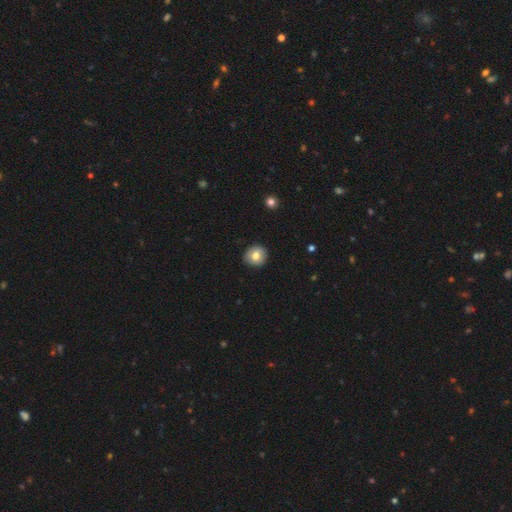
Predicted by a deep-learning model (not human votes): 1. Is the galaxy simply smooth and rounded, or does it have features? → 77% smooth, 15% featured or disk, 9% star or artifact.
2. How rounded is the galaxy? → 90% round, 9% in between, 1% cigar-shaped.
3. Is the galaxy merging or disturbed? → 91% none, 7% minor disturbance, 2% major disturbance, 1% merger.